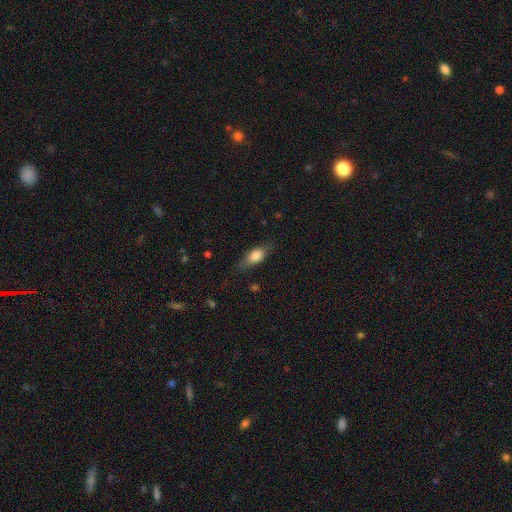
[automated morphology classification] smooth-or-featured: smooth: 72% | featured or disk: 20% | star or artifact: 8%
  how-rounded: in between: 75% | cigar-shaped: 19% | round: 6%
  merging: none: 71% | minor disturbance: 21% | major disturbance: 7% | merger: 1%